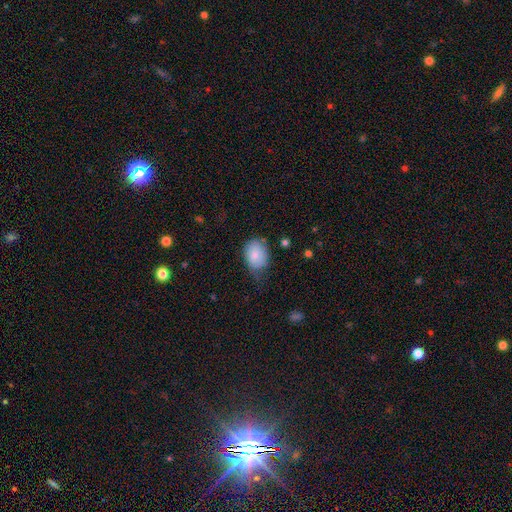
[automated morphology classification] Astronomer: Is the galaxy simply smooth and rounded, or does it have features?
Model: smooth — 82%.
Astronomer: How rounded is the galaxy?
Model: in between — 72%.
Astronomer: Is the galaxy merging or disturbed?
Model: none — 54% (runner-up: minor disturbance, 35%).